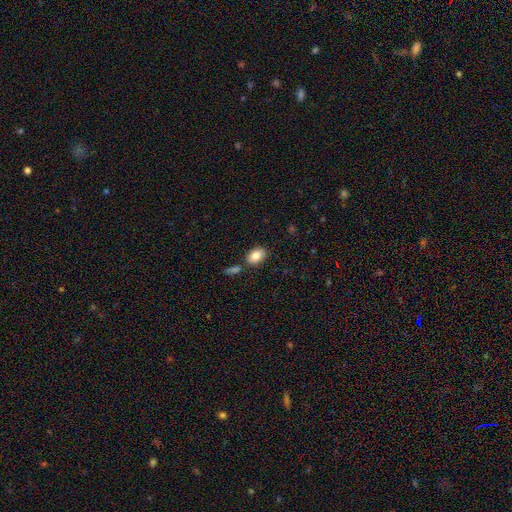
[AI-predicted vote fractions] A smooth galaxy with no disk features (85%) that is in between round and cigar-shaped (87%).

Vote fractions:
- Smooth or featured? smooth: 85% / featured or disk: 8% / star or artifact: 8%
- How rounded? in between: 87% / round: 12% / cigar-shaped: 1%
- Merging? none: 79% / minor disturbance: 11% / merger: 7% / major disturbance: 3%